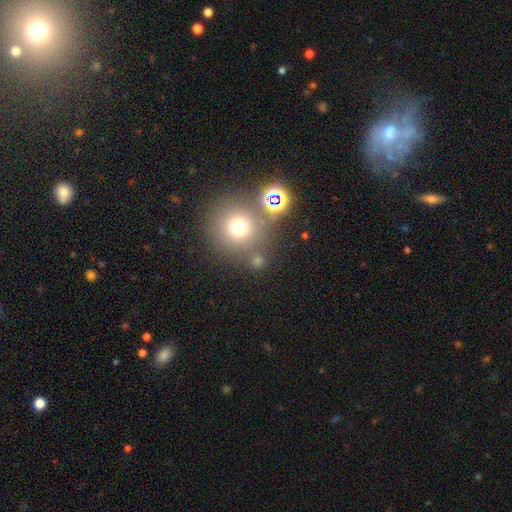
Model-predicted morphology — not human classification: This is possibly a smooth galaxy (57%). How rounded: clearly round (89%). Merging: likely none (73%).